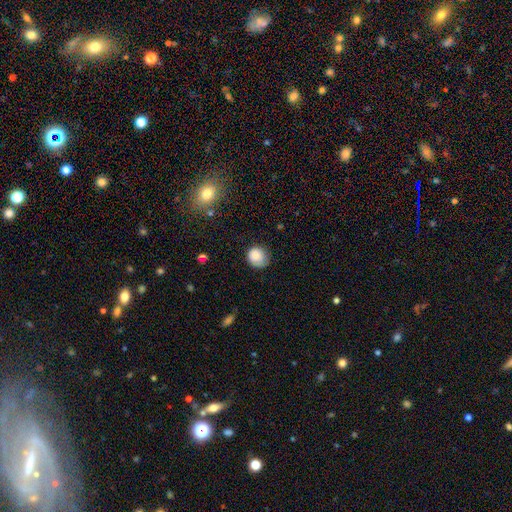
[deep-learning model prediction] Q: Smooth or featured?
A: smooth (86%); runner-up: star or artifact (9%)
Q: How rounded?
A: round (80%); runner-up: in between (20%)
Q: Merging?
A: none (67%); runner-up: minor disturbance (26%)